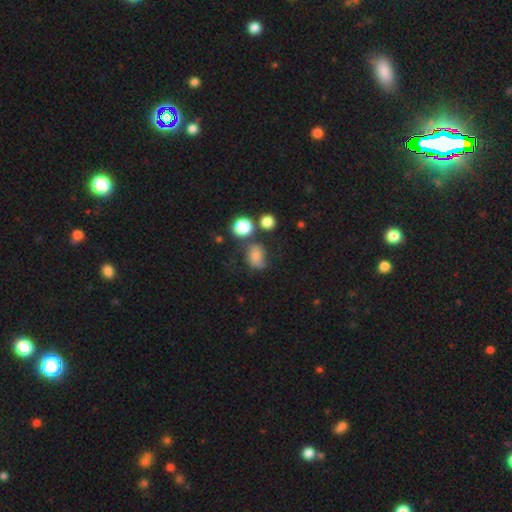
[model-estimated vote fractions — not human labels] Q: Smooth or featured?
A: smooth (70%); runner-up: featured or disk (16%)
Q: How rounded?
A: in between (55%); runner-up: round (43%)
Q: Merging?
A: none (44%); runner-up: minor disturbance (28%)